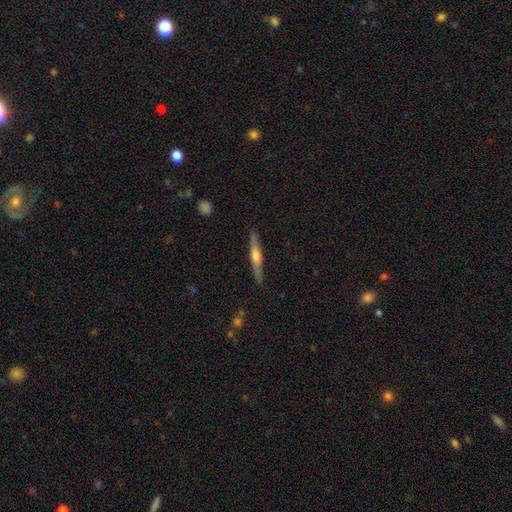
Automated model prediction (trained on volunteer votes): Smooth or featured? Predicted: featured or disk (p=0.66). Edge-on disk? Predicted: yes (p=0.97). Edge-on bulge? Predicted: rounded (p=0.86). Merging? Predicted: none (p=0.89).